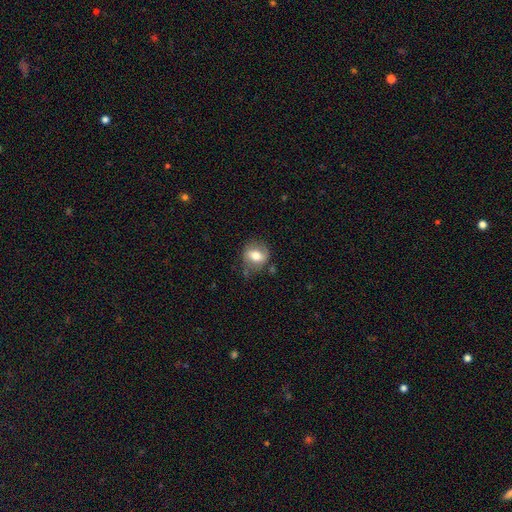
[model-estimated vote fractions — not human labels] smooth 63%, featured or disk 29%, star or artifact 8%. Down the decision tree: how rounded — round (59%); merging — none (67%).